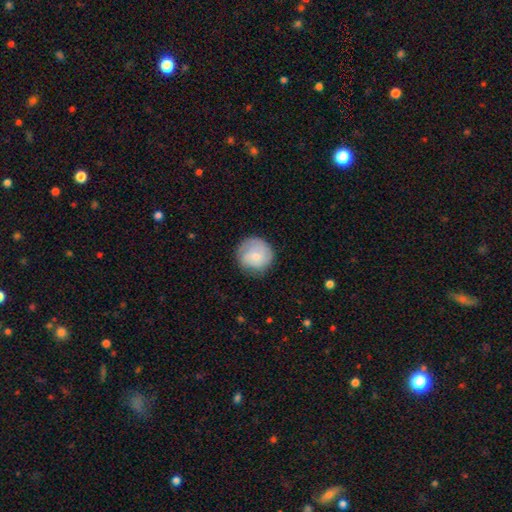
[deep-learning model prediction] Smooth or featured? Predicted: smooth (p=0.54). How rounded? Predicted: round (p=0.92). Merging? Predicted: none (p=0.74).